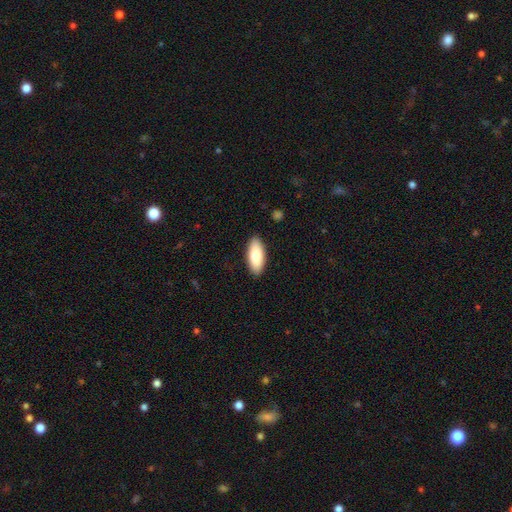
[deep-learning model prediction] Morphology: type=smooth (84%); roundness=in between (81%); merging=none (89%).